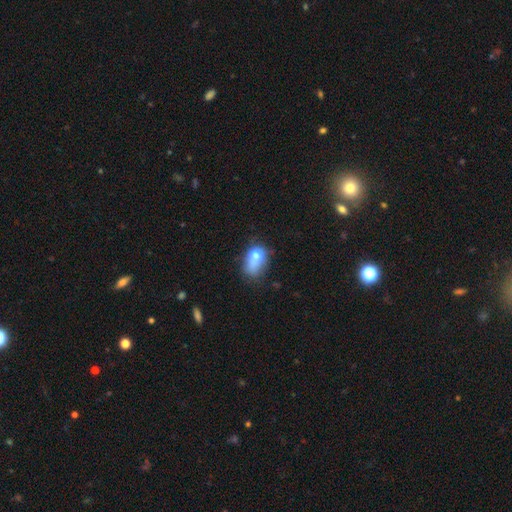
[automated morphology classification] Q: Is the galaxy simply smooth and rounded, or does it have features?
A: smooth — 71%.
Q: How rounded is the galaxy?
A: in between — 79%.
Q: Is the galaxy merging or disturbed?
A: minor disturbance — 31%, tied with none.